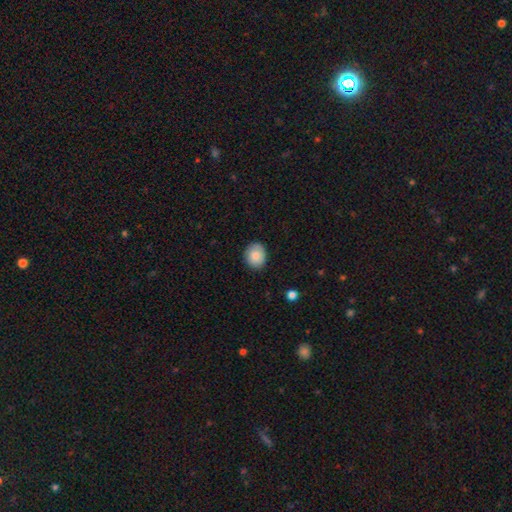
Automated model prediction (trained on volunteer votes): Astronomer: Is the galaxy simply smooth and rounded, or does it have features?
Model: smooth — 84%.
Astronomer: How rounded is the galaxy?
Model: round — 60% (runner-up: in between, 39%).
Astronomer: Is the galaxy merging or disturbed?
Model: none — 86%.